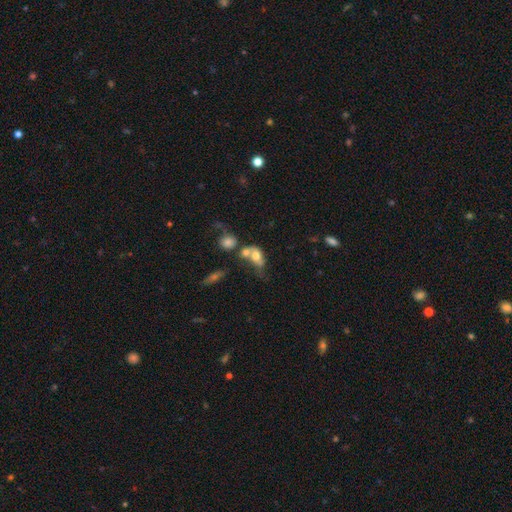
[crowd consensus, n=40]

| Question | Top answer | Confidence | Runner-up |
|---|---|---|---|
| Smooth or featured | smooth | 68% | featured or disk (20%) |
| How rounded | in between | 78% | round (22%) |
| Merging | merger | 69% | minor disturbance (11%) |